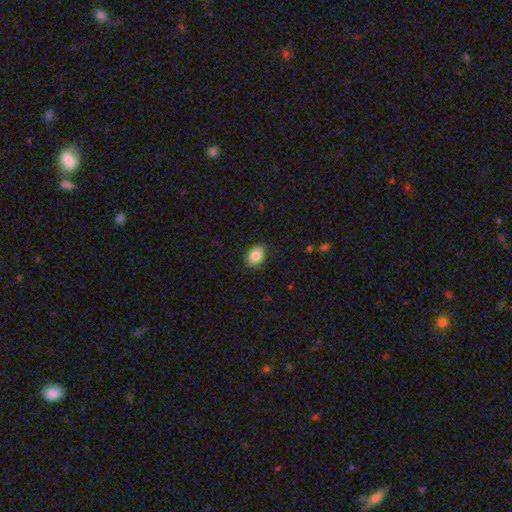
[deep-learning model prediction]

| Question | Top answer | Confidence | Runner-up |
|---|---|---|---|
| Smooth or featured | smooth | 86% | star or artifact (8%) |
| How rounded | in between | 63% | round (36%) |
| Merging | none | 88% | minor disturbance (9%) |